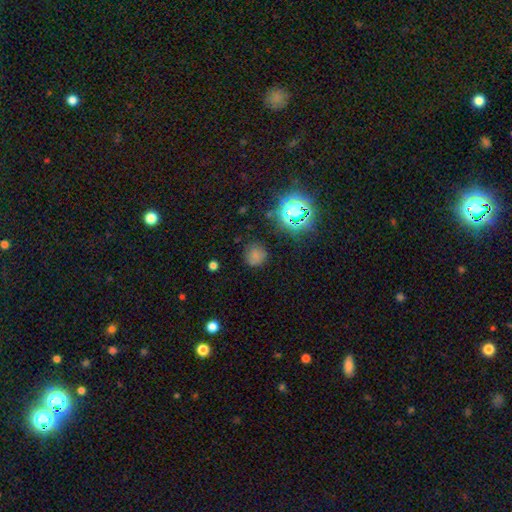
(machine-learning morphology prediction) Q: Smooth or featured?
A: smooth (68%); runner-up: star or artifact (24%)
Q: How rounded?
A: round (87%); runner-up: in between (12%)
Q: Merging?
A: none (78%); runner-up: minor disturbance (14%)